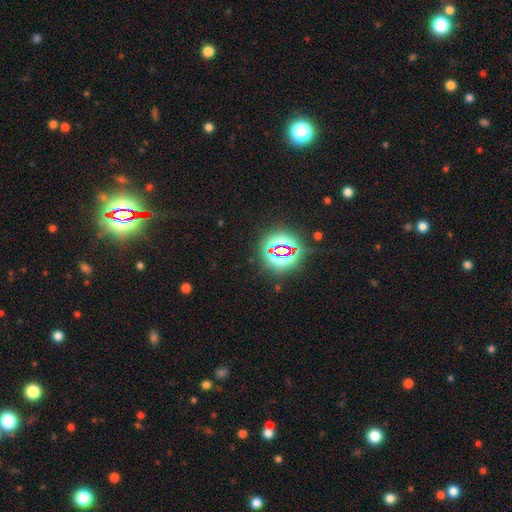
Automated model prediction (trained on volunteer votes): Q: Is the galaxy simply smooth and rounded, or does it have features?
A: star or artifact — 83%.